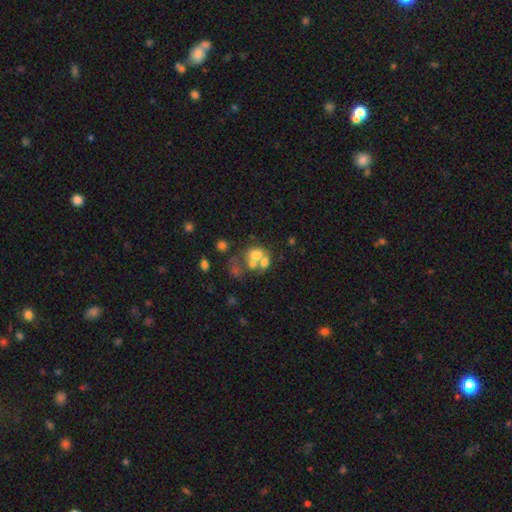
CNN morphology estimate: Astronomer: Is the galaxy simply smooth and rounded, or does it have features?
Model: smooth — 54% (runner-up: featured or disk, 32%).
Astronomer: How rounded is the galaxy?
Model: round — 57% (runner-up: in between, 42%).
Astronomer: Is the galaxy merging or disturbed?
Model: merger — 57%.